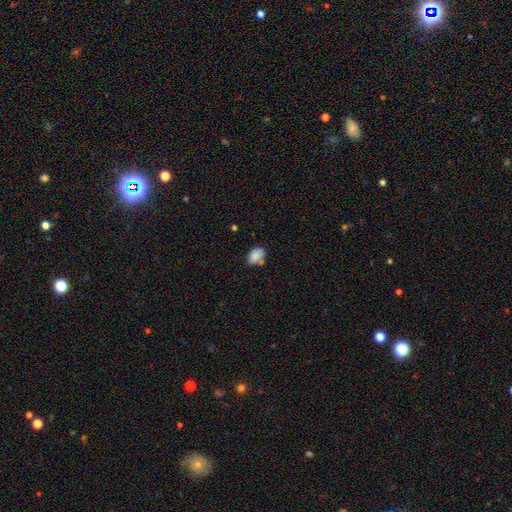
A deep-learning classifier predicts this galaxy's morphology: A smooth galaxy with no disk features (84%) that is in between round and cigar-shaped (81%). Merging: none (60%).